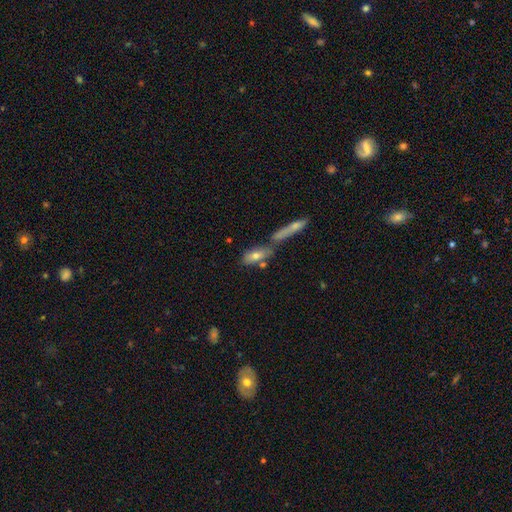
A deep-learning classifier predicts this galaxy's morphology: A smooth galaxy with no disk features (67%) that is in between round and cigar-shaped (65%).

Vote fractions:
- Smooth or featured? smooth: 67% / featured or disk: 25% / star or artifact: 8%
- How rounded? in between: 65% / cigar-shaped: 31% / round: 4%
- Merging? none: 48% / merger: 33% / minor disturbance: 14% / major disturbance: 5%